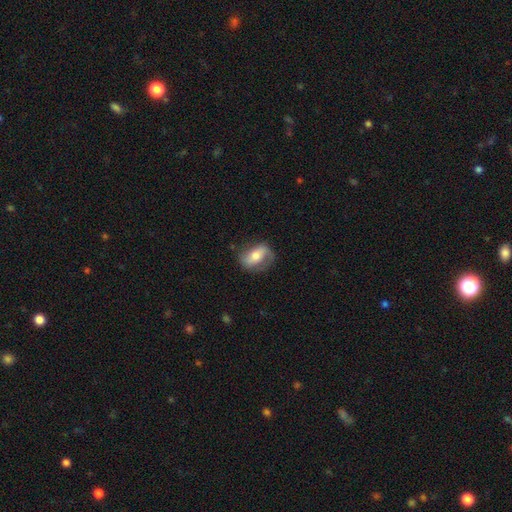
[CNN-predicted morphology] smooth-or-featured: featured or disk: 53% | smooth: 40% | star or artifact: 7%
  disk-edge-on: no: 92% | yes: 8%
  merging: none: 66% | minor disturbance: 22% | major disturbance: 11% | merger: 2%